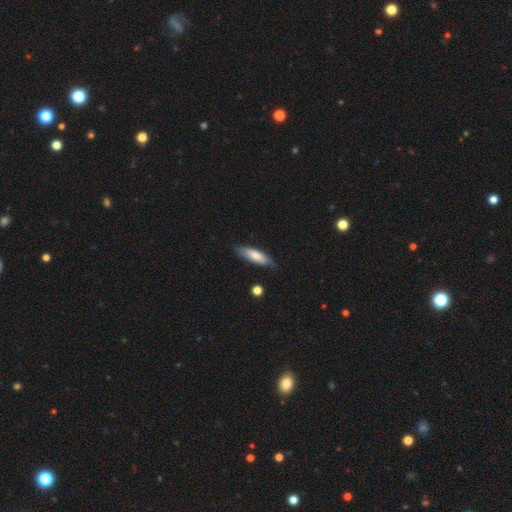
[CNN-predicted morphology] Smooth or featured? smooth (72%)
How rounded? cigar-shaped (53%)
Merging? none (76%)